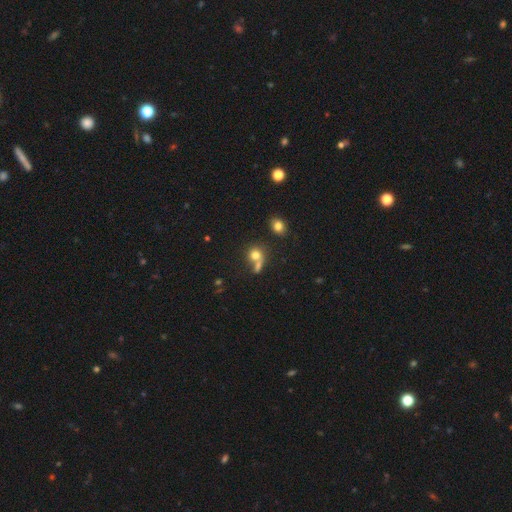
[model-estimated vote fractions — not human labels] Overall: smooth (75%). How rounded: round (76%). Merging: merger (44%; none 39%).